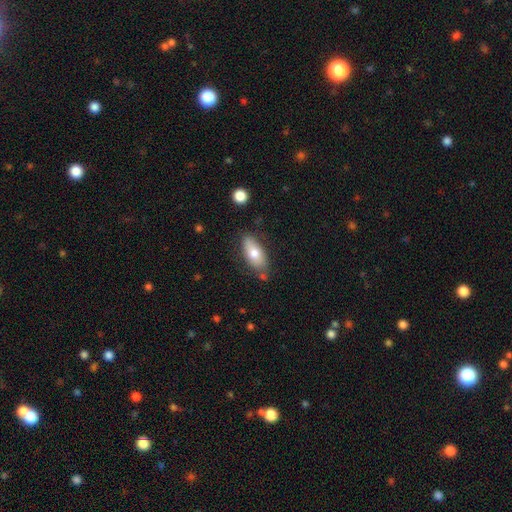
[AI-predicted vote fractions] Smooth or featured: smooth — 71% (featured or disk — 22%)
How rounded: in between — 86% (cigar-shaped — 11%)
Merging: none — 74% (minor disturbance — 18%)